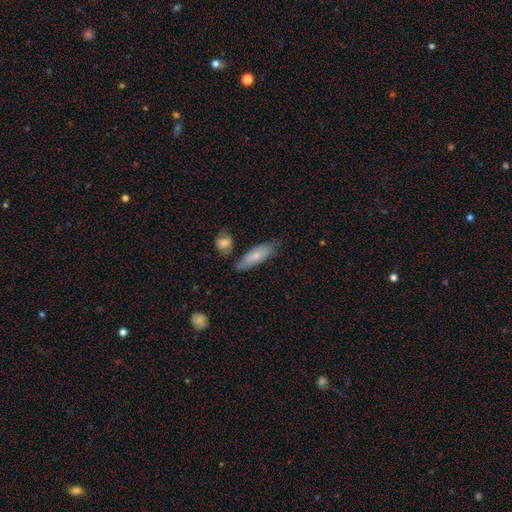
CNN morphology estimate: Smooth or featured: smooth — 69% (featured or disk — 24%)
How rounded: in between — 58% (cigar-shaped — 40%)
Merging: none — 64% (minor disturbance — 21%)